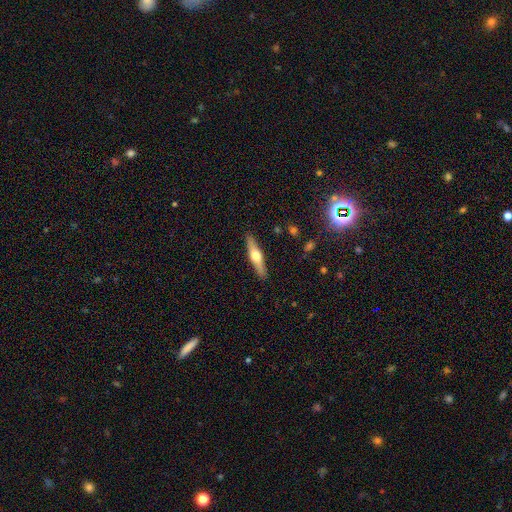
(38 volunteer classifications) featured or disk 61%, smooth 32%, star or artifact 8%. Down the decision tree: edge-on disk — yes (100%); edge-on bulge — rounded (100%); merging — none (89%).